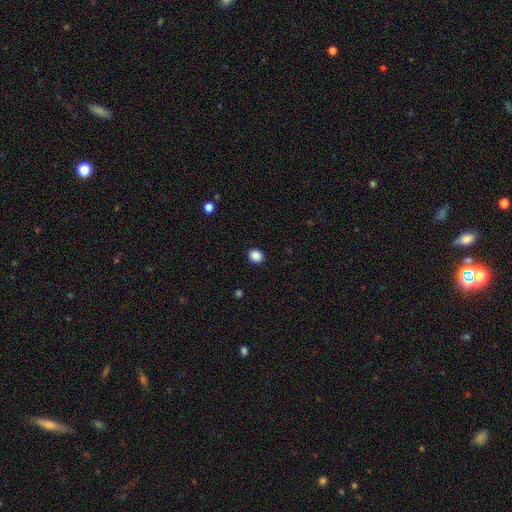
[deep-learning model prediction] Morphology: type=smooth (88%); roundness=round (57%); merging=none (90%).